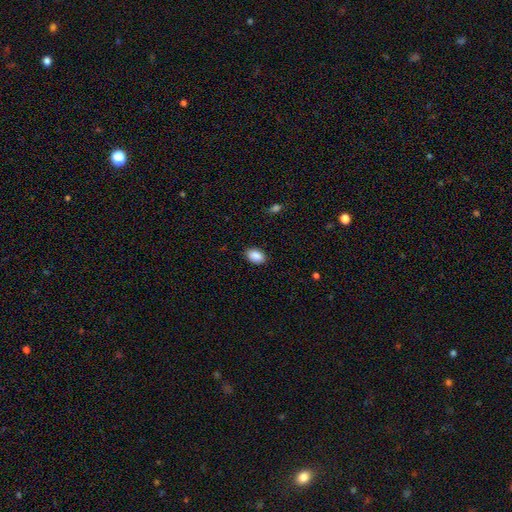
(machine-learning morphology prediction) Smooth or featured?
  - smooth: 89% *
  - star or artifact: 7%
  - featured or disk: 4%
How rounded?
  - in between: 86% *
  - round: 13%
  - cigar-shaped: 1%
Merging?
  - none: 88% *
  - minor disturbance: 9%
  - major disturbance: 2%
  - merger: 1%